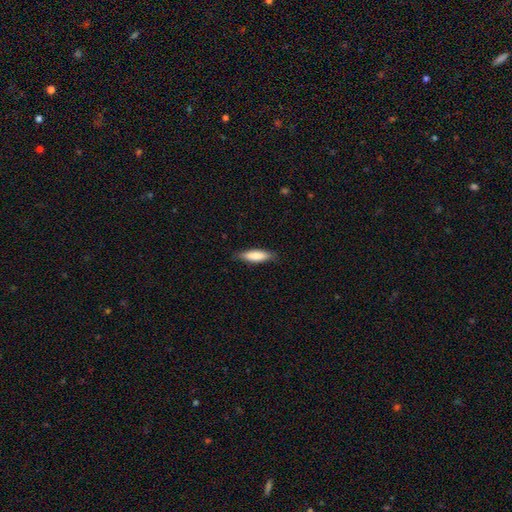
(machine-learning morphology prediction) smooth_or_featured: smooth (p=0.81) [alt: featured or disk p=0.13]
how_rounded: cigar-shaped (p=0.57) [alt: in between p=0.41]
merging: none (p=0.83) [alt: minor disturbance p=0.13]